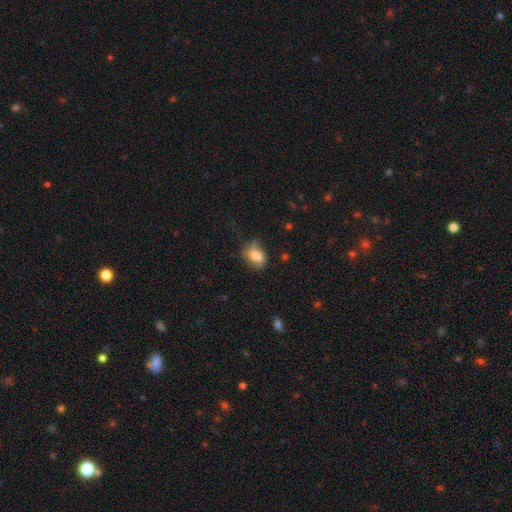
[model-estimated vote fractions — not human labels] Morphology: type=smooth (78%); roundness=in between (77%); merging=none (50%).